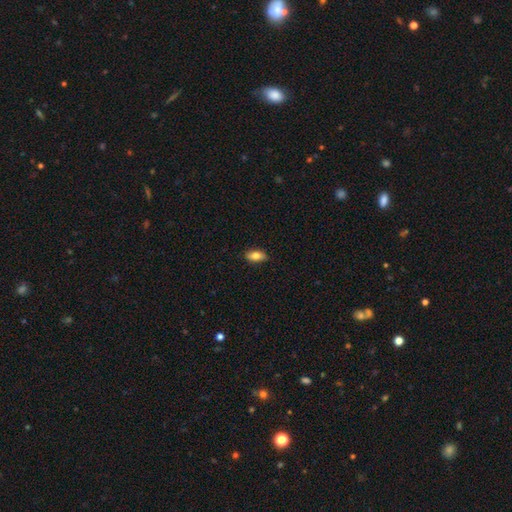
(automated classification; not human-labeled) This appears to be a smooth galaxy with no disk features (82%) that is in between round and cigar-shaped (89%). Merging: none (87%).